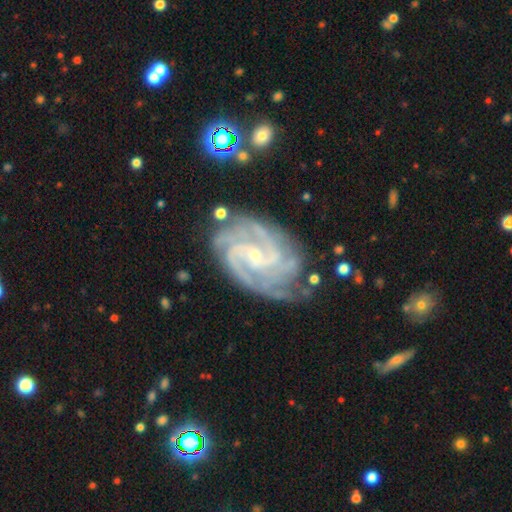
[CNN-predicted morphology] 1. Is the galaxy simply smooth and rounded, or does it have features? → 92% featured or disk, 5% star or artifact, 3% smooth.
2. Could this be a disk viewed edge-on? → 98% no, 2% yes.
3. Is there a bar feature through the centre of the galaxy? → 42% no, 41% weak, 17% strong.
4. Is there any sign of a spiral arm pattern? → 99% yes, 1% no.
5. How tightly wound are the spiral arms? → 61% tight, 35% medium, 4% loose.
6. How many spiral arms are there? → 27% 3, 25% 2, 22% 4, 12% can't tell, 7% more than 4, 7% 1.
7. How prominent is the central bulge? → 77% small, 18% moderate, 3% none, 1% large, 1% dominant.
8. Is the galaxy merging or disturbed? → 70% none, 21% minor disturbance, 7% major disturbance, 2% merger.